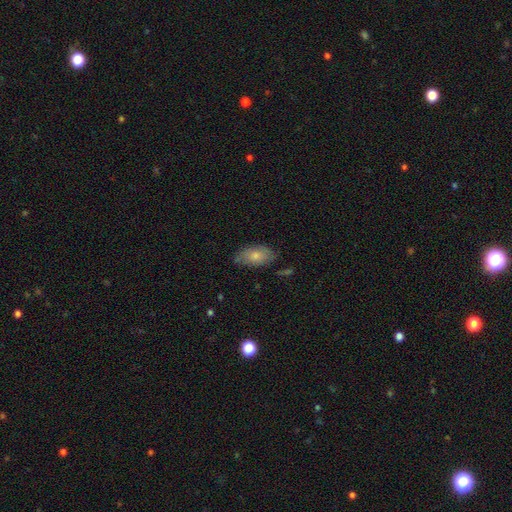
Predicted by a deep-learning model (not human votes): This appears to be a smooth galaxy with no disk features (73%) that is in between round and cigar-shaped (92%). Merging: none (68%).